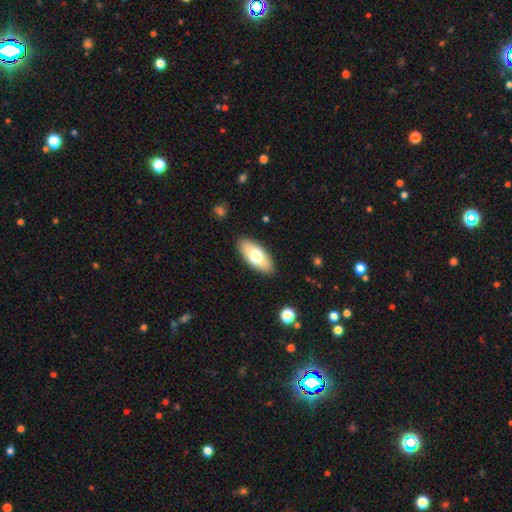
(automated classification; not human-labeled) Smooth or featured? smooth (69%)
How rounded? in between (89%)
Merging? none (88%)